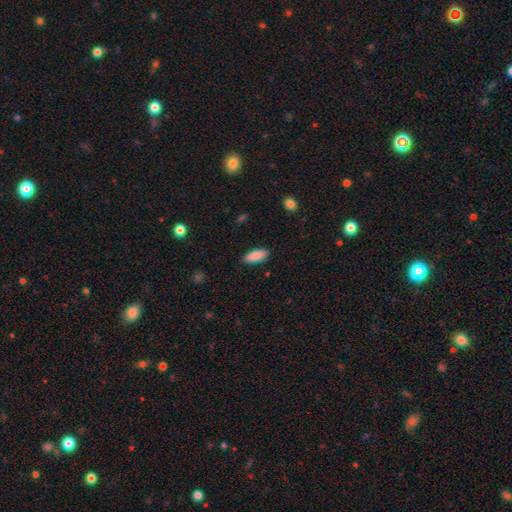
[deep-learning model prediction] smooth_or_featured: smooth (p=0.89) [alt: star or artifact p=0.06]
how_rounded: in between (p=0.78) [alt: cigar-shaped p=0.20]
merging: none (p=0.88) [alt: minor disturbance p=0.09]